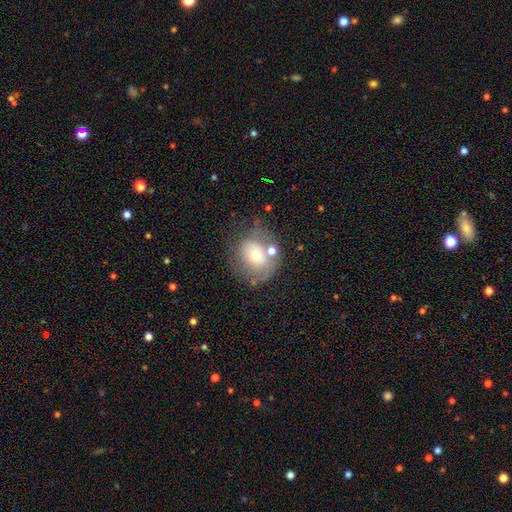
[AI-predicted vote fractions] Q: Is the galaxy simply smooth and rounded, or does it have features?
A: smooth — 54%.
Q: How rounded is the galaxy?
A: round — 75%.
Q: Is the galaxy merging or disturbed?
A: none — 48%.